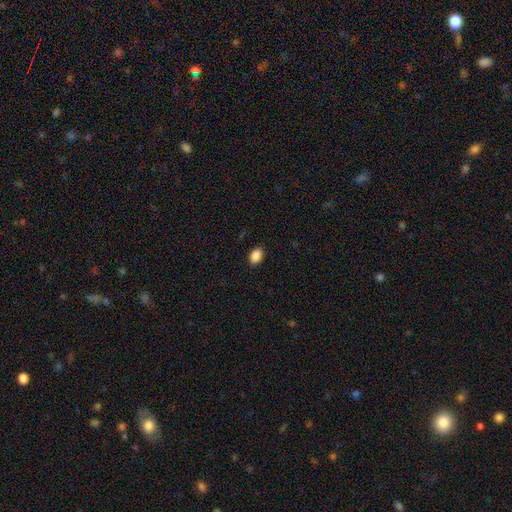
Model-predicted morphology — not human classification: Smooth or featured?
  - smooth: 88% *
  - star or artifact: 8%
  - featured or disk: 3%
How rounded?
  - in between: 83% *
  - round: 16%
  - cigar-shaped: 1%
Merging?
  - none: 90% *
  - minor disturbance: 8%
  - major disturbance: 2%
  - merger: 1%